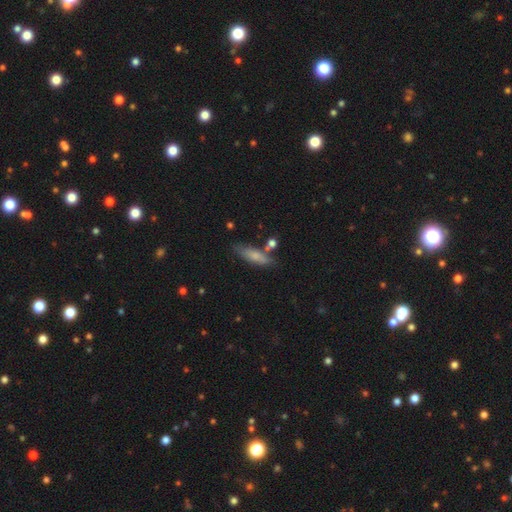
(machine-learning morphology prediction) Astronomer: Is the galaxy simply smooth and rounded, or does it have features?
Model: smooth — 71%.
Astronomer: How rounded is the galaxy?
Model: cigar-shaped — 55% (runner-up: in between, 43%).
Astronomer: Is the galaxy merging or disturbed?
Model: none — 66%.